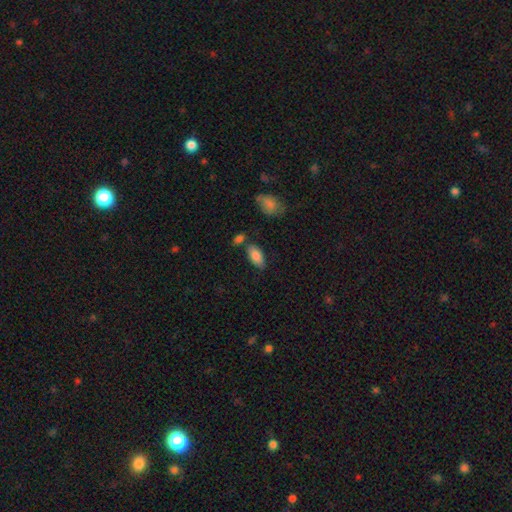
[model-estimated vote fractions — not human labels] Smooth or featured? Predicted: smooth (p=0.87). How rounded? Predicted: in between (p=0.92). Merging? Predicted: none (p=0.70).